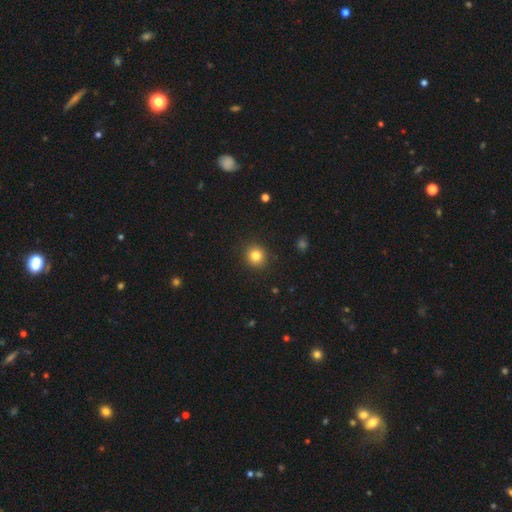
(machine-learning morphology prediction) A smooth galaxy with no disk features (83%) that is round (90%). Merging: none (91%).